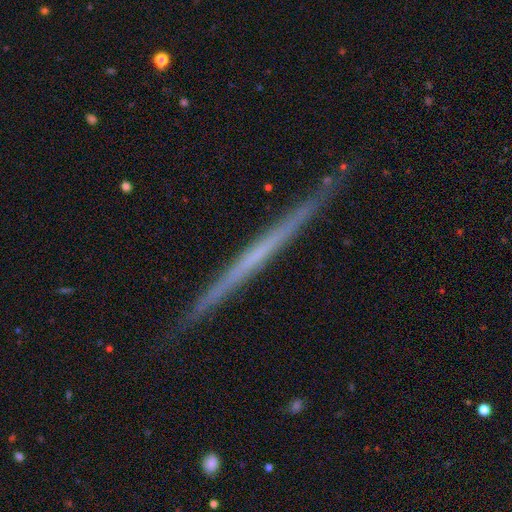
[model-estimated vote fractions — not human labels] This appears to be a featured or disk galaxy (66%) viewed edge-on (98%) with no central bulge (91%). Merging: none (90%).